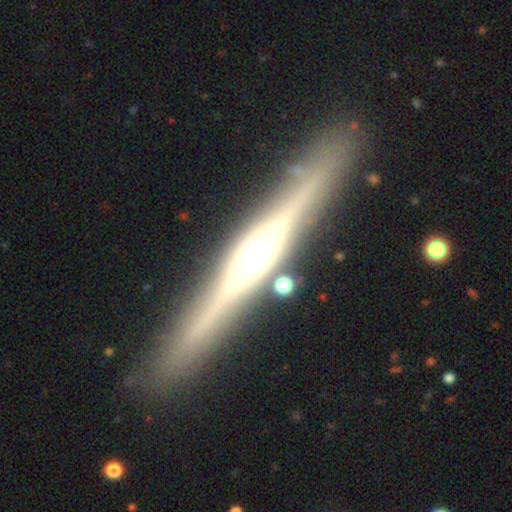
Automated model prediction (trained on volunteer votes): Morphology: type=featured or disk (80%); edge-on=yes (97%); edge-on bulge=rounded (81%); merging=none (89%).